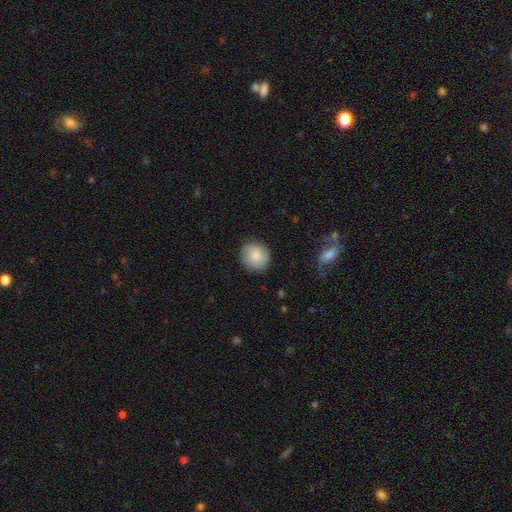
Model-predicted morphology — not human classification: Smooth or featured?
  - smooth: 80% *
  - featured or disk: 13%
  - star or artifact: 7%
How rounded?
  - round: 90% *
  - in between: 9%
  - cigar-shaped: 1%
Merging?
  - none: 86% *
  - minor disturbance: 10%
  - major disturbance: 3%
  - merger: 1%